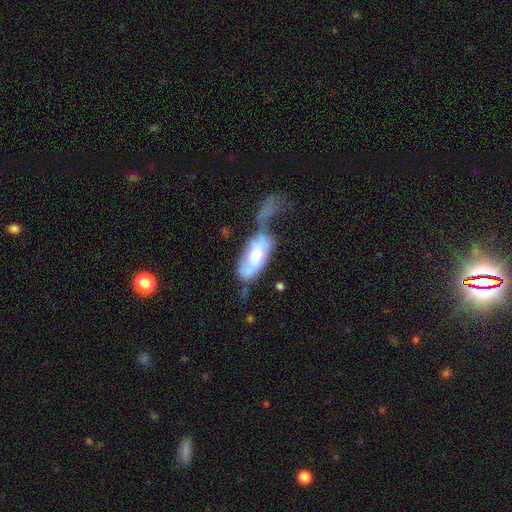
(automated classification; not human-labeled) Q: Smooth or featured?
A: smooth (52%); runner-up: featured or disk (41%)
Q: How rounded?
A: in between (88%); runner-up: cigar-shaped (9%)
Q: Merging?
A: major disturbance (40%); runner-up: merger (30%)